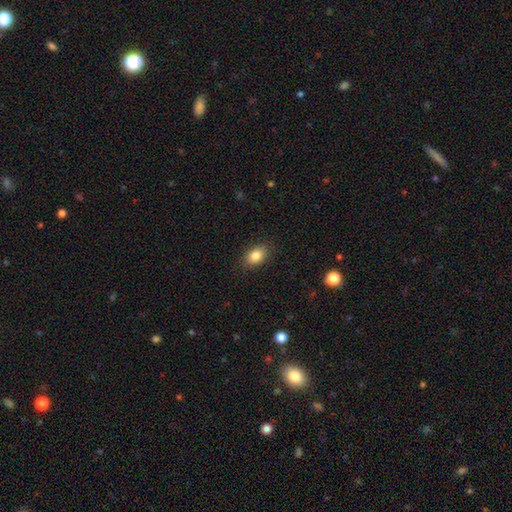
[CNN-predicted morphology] smooth-or-featured: smooth: 84% | star or artifact: 9% | featured or disk: 7%
  how-rounded: in between: 82% | round: 17% | cigar-shaped: 2%
  merging: none: 87% | minor disturbance: 9% | major disturbance: 2% | merger: 1%